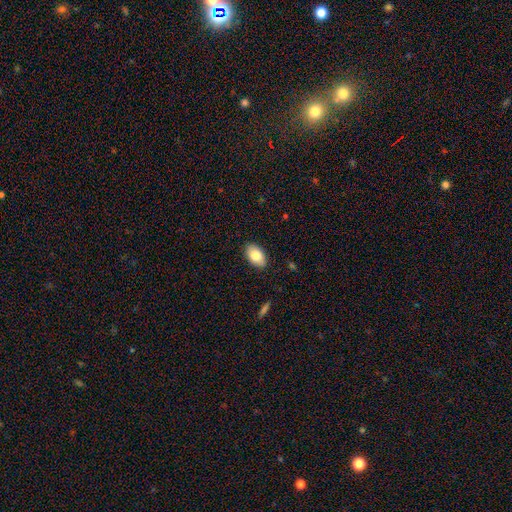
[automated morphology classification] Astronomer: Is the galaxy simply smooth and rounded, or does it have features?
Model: smooth — 83%.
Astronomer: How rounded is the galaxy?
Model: in between — 93%.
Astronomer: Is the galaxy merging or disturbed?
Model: none — 87%.